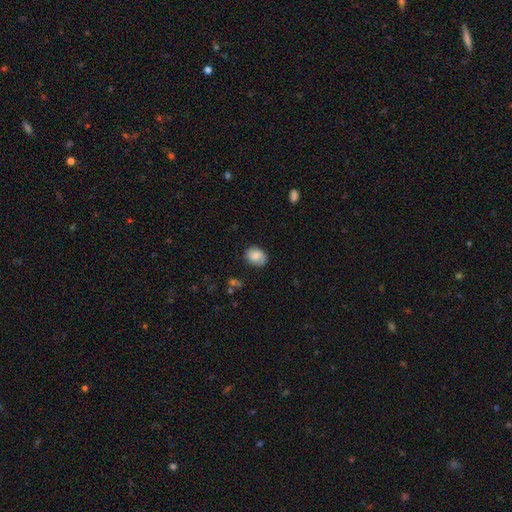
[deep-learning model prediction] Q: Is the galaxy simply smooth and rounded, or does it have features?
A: smooth — 75%.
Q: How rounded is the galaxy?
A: in between — 56%.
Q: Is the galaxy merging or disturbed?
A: none — 71%.